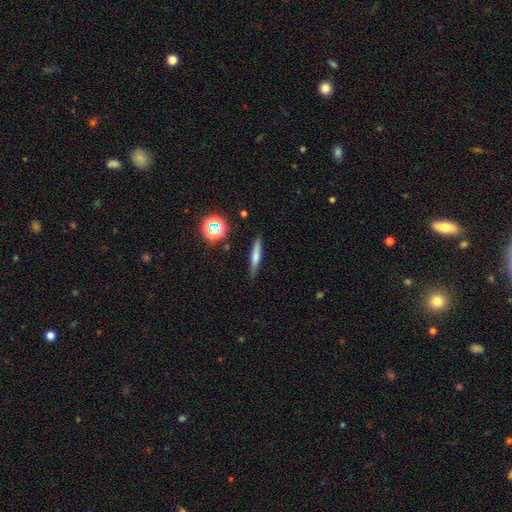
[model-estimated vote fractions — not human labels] smooth-or-featured: smooth: 57% | featured or disk: 32% | star or artifact: 11%
  how-rounded: cigar-shaped: 89% | in between: 8% | round: 3%
  merging: none: 87% | minor disturbance: 9% | major disturbance: 2% | merger: 2%